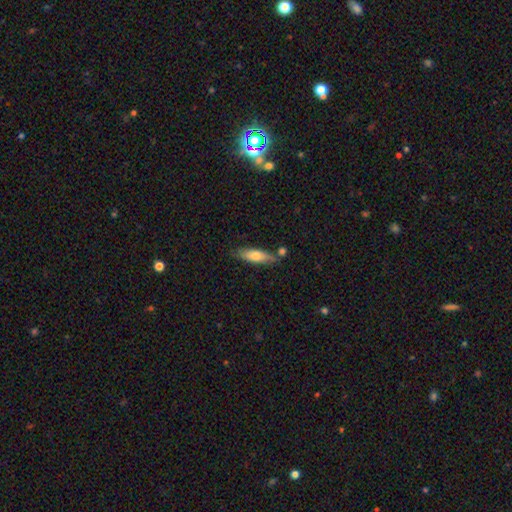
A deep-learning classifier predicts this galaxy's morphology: The model was most divided on "how rounded": cigar-shaped: 57%, in between: 41%, round: 2%. More confident: merging — none (69%); smooth or featured — smooth (69%).